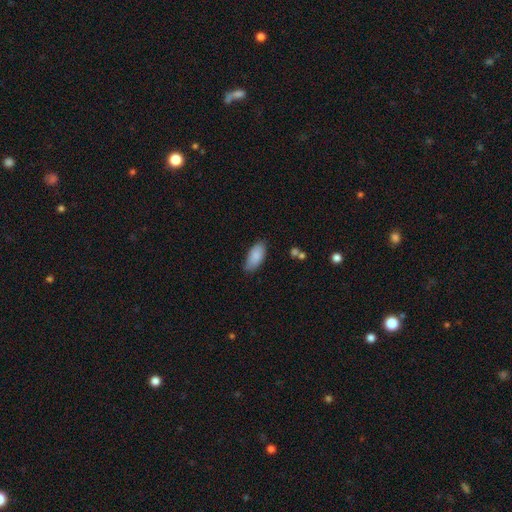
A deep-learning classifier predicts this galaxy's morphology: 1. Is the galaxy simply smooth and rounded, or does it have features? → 87% smooth, 7% featured or disk, 6% star or artifact.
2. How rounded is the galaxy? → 90% in between, 8% cigar-shaped, 2% round.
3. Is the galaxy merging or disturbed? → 74% none, 20% minor disturbance, 3% major disturbance, 2% merger.